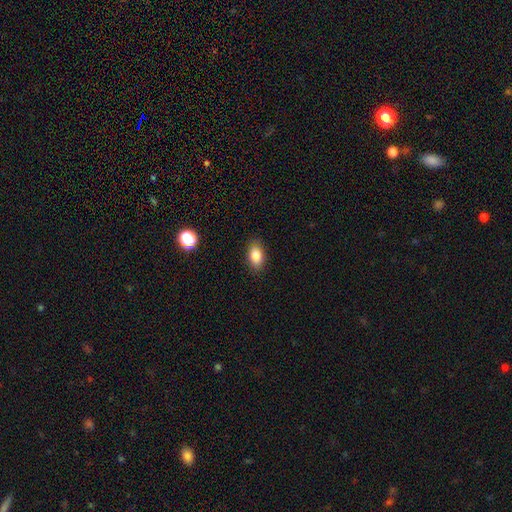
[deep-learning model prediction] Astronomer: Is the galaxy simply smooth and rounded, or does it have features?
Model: smooth — 85%.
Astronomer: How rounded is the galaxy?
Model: in between — 89%.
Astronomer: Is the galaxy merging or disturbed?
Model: none — 87%.